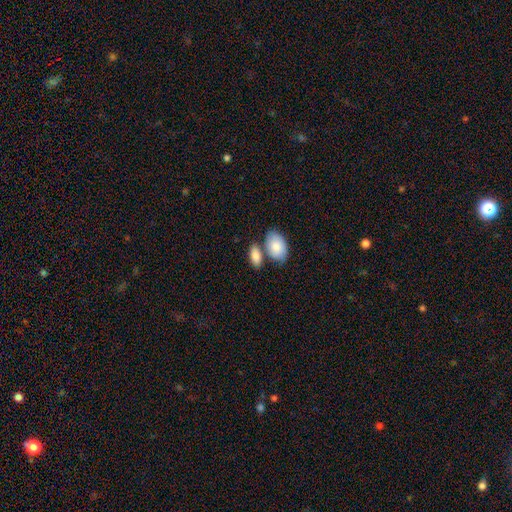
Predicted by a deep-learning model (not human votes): Q: Smooth or featured?
A: smooth (84%); runner-up: featured or disk (11%)
Q: How rounded?
A: in between (90%); runner-up: round (6%)
Q: Merging?
A: none (52%); runner-up: merger (32%)